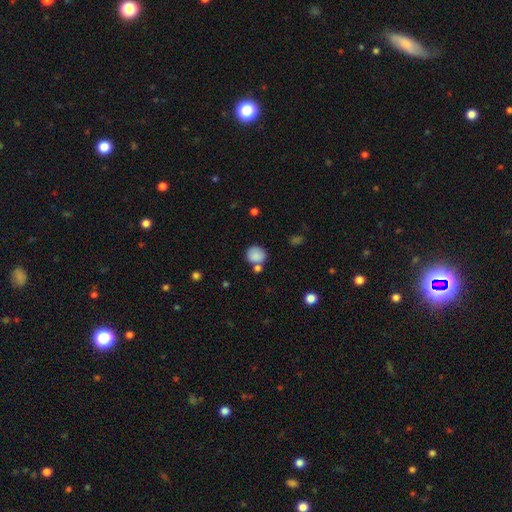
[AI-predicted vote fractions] smooth-or-featured: smooth: 86% | star or artifact: 9% | featured or disk: 6%
  how-rounded: round: 82% | in between: 17% | cigar-shaped: 1%
  merging: none: 63% | merger: 19% | minor disturbance: 13% | major disturbance: 5%